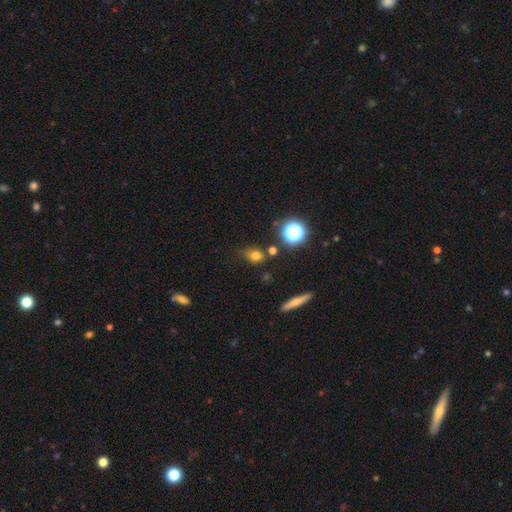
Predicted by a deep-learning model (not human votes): smooth_or_featured: smooth (p=0.72) [alt: star or artifact p=0.18]
how_rounded: round (p=0.55) [alt: in between p=0.42]
merging: none (p=0.65) [alt: minor disturbance p=0.23]